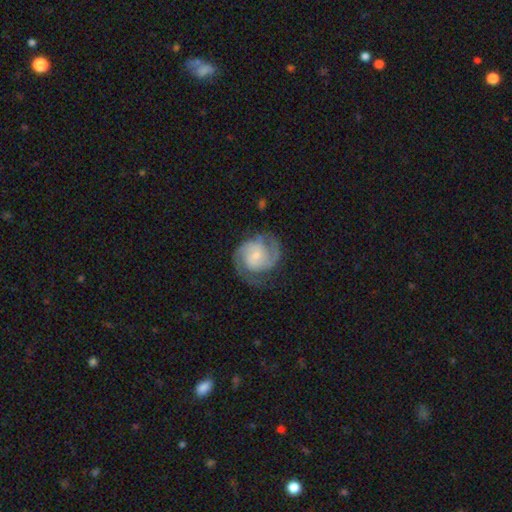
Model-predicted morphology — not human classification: This appears to be a featured or disk galaxy (86%) with no bar (56%), 2 (78%) tight (48%) spiral arms (97%) and a small central bulge (60%). Merging: none (73%).